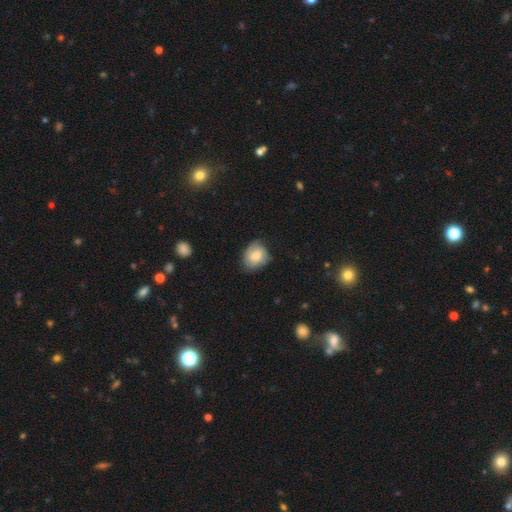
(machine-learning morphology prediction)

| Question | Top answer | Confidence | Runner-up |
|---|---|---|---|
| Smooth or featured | smooth | 62% | featured or disk (30%) |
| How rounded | round | 54% | in between (45%) |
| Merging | none | 63% | minor disturbance (29%) |